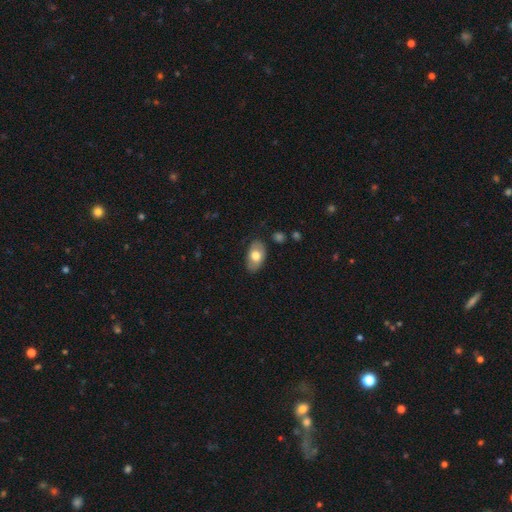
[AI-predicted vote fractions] Smooth or featured?
  - smooth: 70% *
  - featured or disk: 24%
  - star or artifact: 6%
How rounded?
  - in between: 92% *
  - round: 6%
  - cigar-shaped: 2%
Merging?
  - none: 81% *
  - minor disturbance: 15%
  - major disturbance: 3%
  - merger: 1%